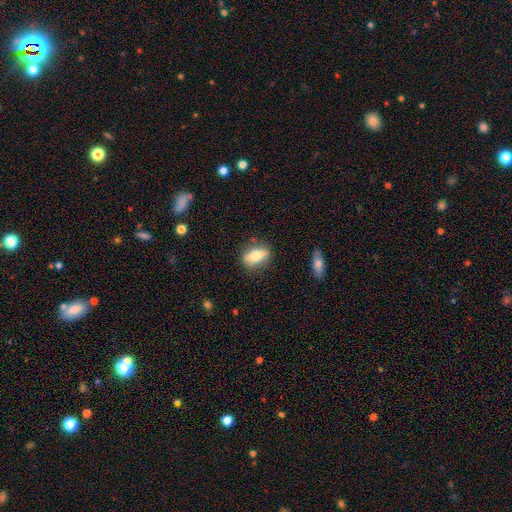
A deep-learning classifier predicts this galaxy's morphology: Smooth or featured: smooth — 66% (featured or disk — 26%)
How rounded: in between — 74% (cigar-shaped — 16%)
Merging: none — 77% (minor disturbance — 16%)